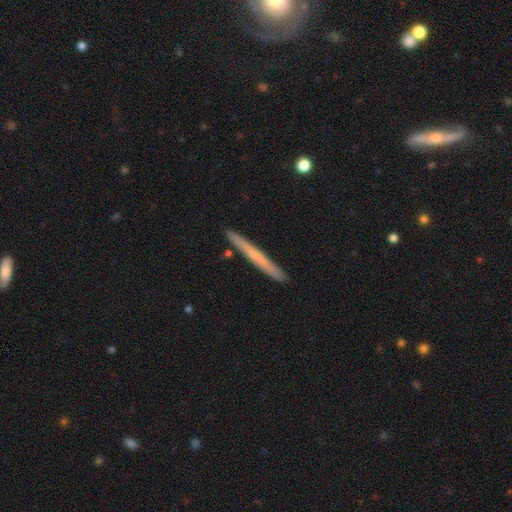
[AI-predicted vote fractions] Overall: smooth (54%; featured or disk 41%). How rounded: cigar-shaped (97%). Merging: none (91%).